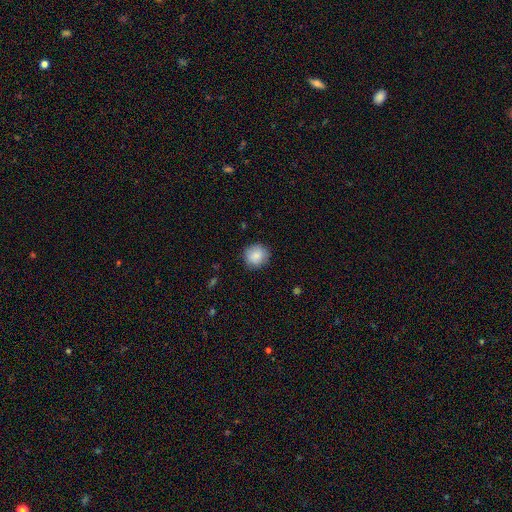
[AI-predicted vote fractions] smooth 87%, star or artifact 8%, featured or disk 6%. Down the decision tree: how rounded — round (89%); merging — none (87%).